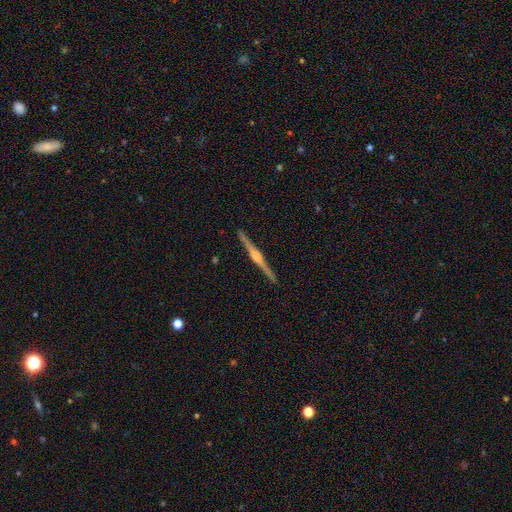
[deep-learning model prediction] A featured or disk galaxy (85%) viewed edge-on (99%) with a rounded central bulge (77%). Merging: none (93%).